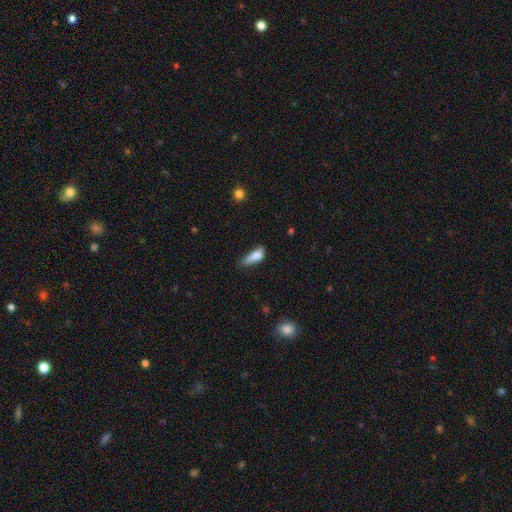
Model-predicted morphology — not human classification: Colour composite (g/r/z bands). It shows a smooth galaxy with no disk features (77%) that is in between round and cigar-shaped (63%). Merging: minor disturbance (41%).